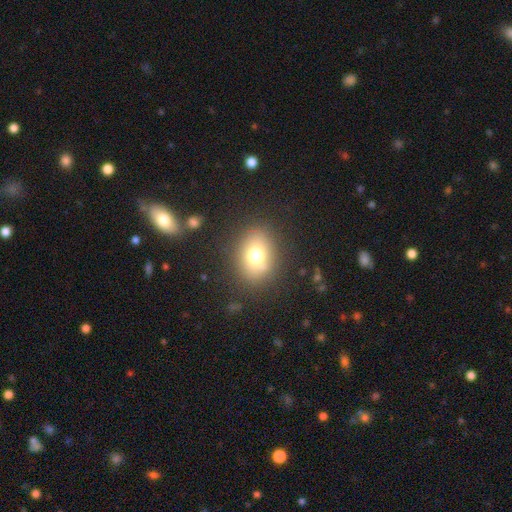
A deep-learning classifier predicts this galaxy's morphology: A smooth galaxy with no disk features (69%) that is in between round and cigar-shaped (49%, tied with round).

Vote fractions:
- Smooth or featured? smooth: 69% / featured or disk: 16% / star or artifact: 14%
- How rounded? in between: 49% (tied) / round: 49% (tied) / cigar-shaped: 1%
- Merging? none: 81% / minor disturbance: 11% / major disturbance: 5% / merger: 2%